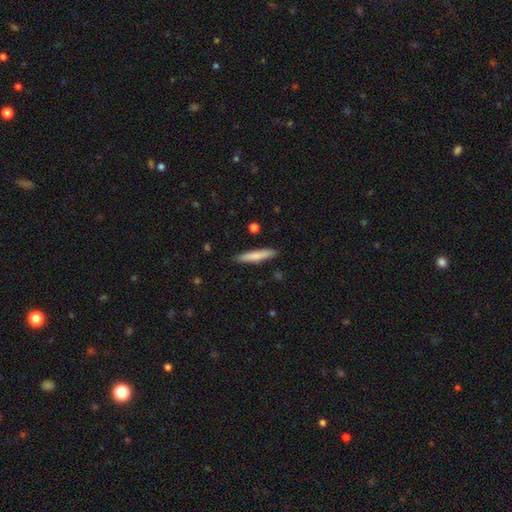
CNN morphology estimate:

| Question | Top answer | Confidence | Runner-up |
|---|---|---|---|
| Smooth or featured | smooth | 76% | featured or disk (19%) |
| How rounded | cigar-shaped | 92% | in between (7%) |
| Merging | none | 89% | minor disturbance (8%) |